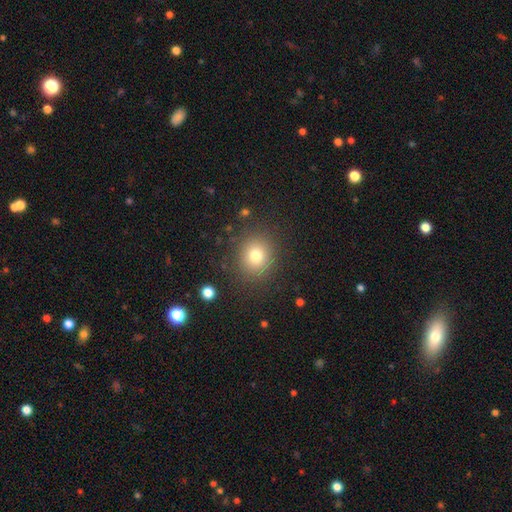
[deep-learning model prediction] smooth_or_featured: smooth (p=0.77) [alt: star or artifact p=0.13]
how_rounded: round (p=0.82) [alt: in between p=0.17]
merging: none (p=0.86) [alt: minor disturbance p=0.09]